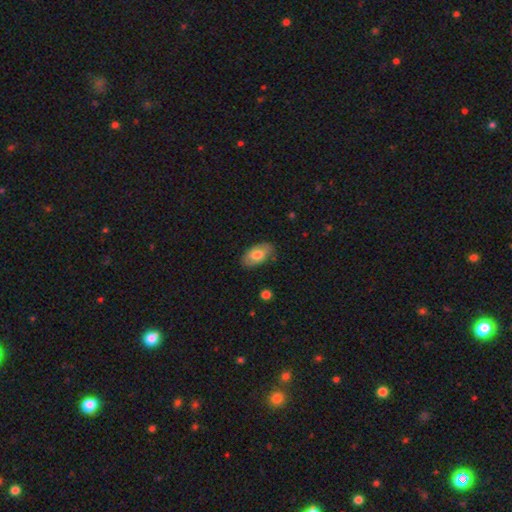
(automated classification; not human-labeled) Smooth or featured? smooth (76%)
How rounded? in between (94%)
Merging? none (81%)